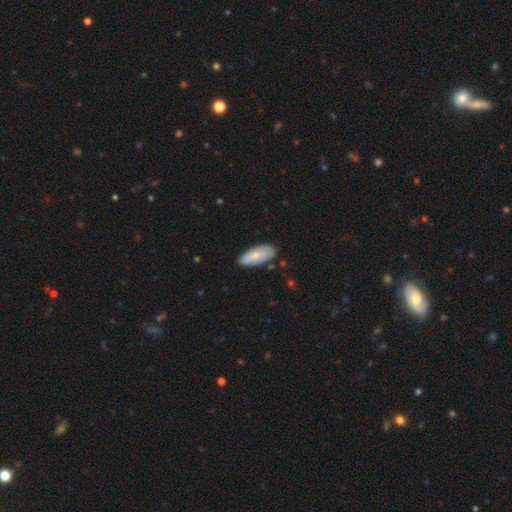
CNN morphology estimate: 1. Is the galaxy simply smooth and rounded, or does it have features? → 70% smooth, 25% featured or disk, 6% star or artifact.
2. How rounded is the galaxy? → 86% in between, 13% cigar-shaped, 2% round.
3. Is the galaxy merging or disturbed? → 76% none, 19% minor disturbance, 3% major disturbance, 2% merger.